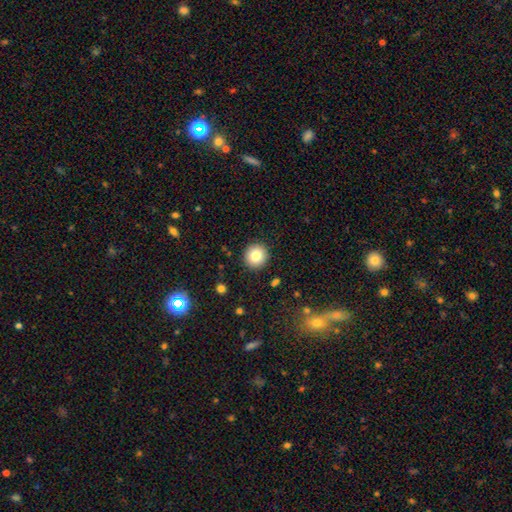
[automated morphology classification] Smooth or featured? smooth (81%)
How rounded? round (94%)
Merging? none (92%)